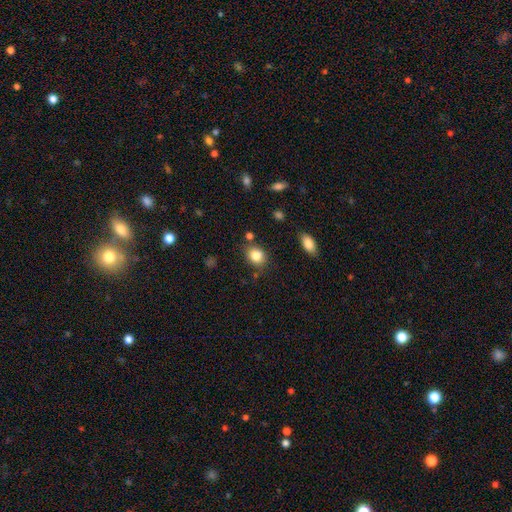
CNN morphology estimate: smooth_or_featured: smooth (p=0.84) [alt: star or artifact p=0.10]
how_rounded: round (p=0.54) [alt: in between p=0.45]
merging: none (p=0.77) [alt: minor disturbance p=0.14]